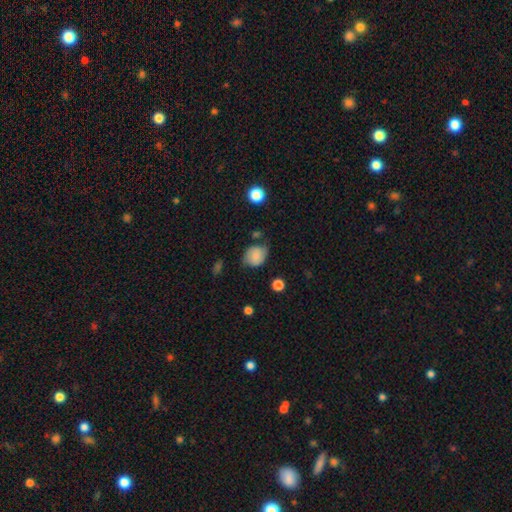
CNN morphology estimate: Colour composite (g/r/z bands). It shows a smooth galaxy with no disk features (74%) that is round (54%). Merging: none (55%).